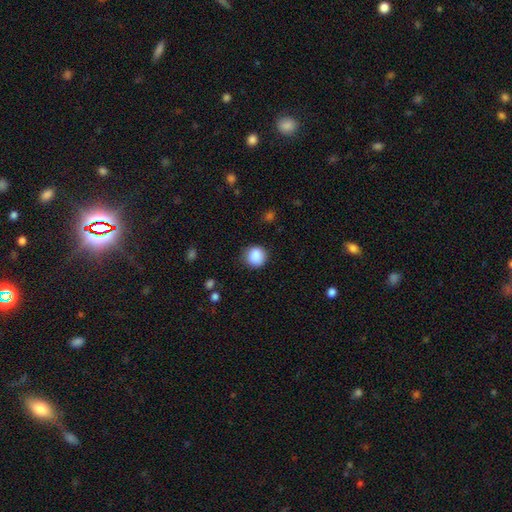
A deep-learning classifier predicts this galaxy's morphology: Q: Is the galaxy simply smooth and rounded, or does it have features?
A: smooth — 88%.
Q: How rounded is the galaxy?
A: round — 90%.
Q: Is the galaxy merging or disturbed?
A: none — 84%.